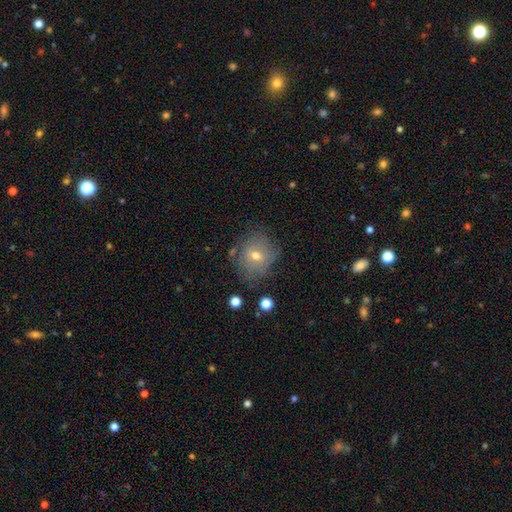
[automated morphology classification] Overall: smooth (49%; featured or disk 36%). Merging: none (65%).